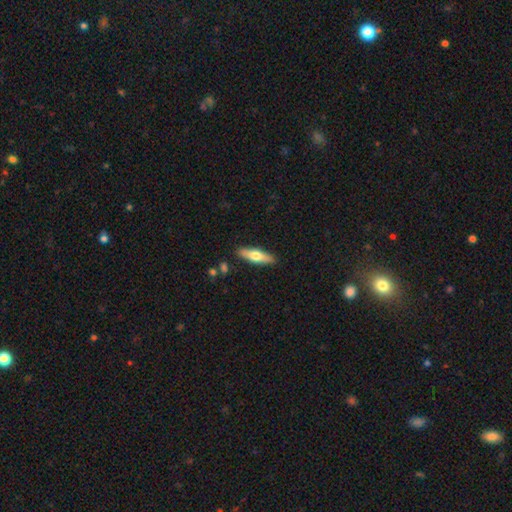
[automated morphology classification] Smooth or featured? smooth (58%)
How rounded? cigar-shaped (60%)
Merging? none (88%)